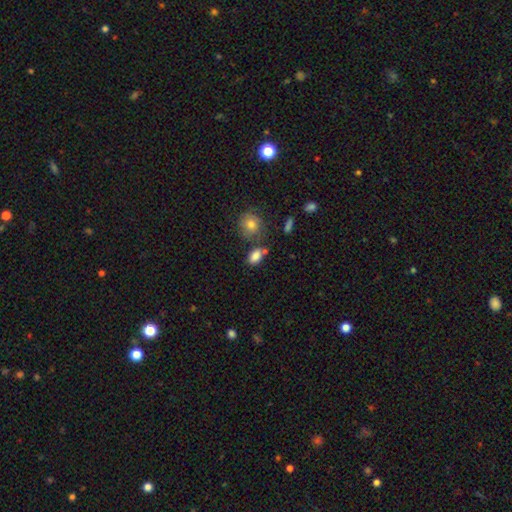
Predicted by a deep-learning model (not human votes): Smooth or featured?
  - smooth: 84% *
  - star or artifact: 9%
  - featured or disk: 6%
How rounded?
  - in between: 81% *
  - round: 16%
  - cigar-shaped: 3%
Merging?
  - none: 62% *
  - merger: 17%
  - minor disturbance: 16%
  - major disturbance: 5%